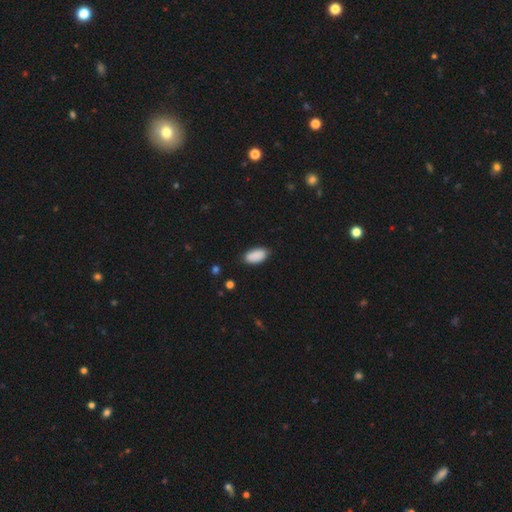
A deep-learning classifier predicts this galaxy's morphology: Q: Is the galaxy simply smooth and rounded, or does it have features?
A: smooth — 90%.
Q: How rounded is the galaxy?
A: in between — 95%.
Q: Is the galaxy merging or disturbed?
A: none — 85%.